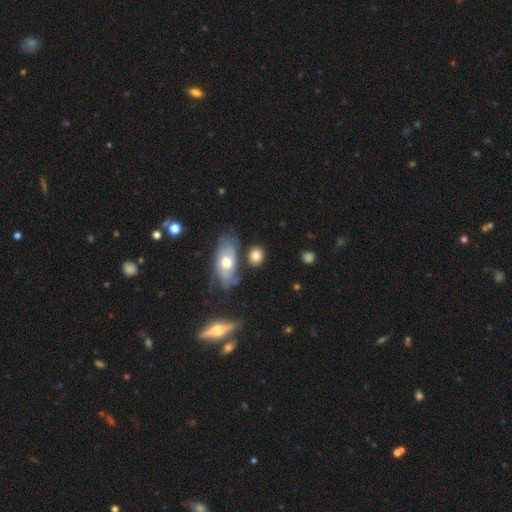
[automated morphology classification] The model was most divided on "how rounded": in between: 50%, round: 47%, cigar-shaped: 3%. More confident: smooth or featured — smooth (78%); merging — none (70%).